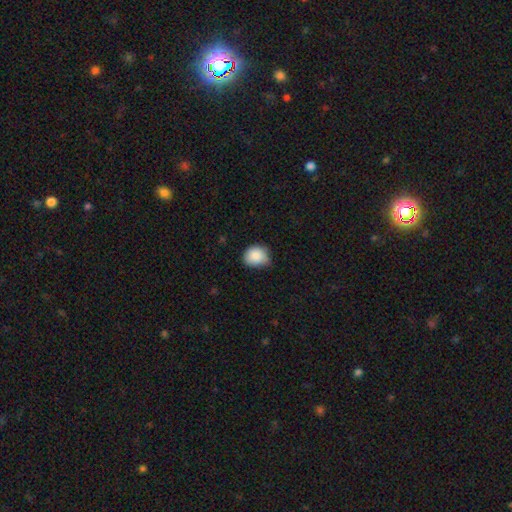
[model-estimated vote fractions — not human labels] smooth_or_featured: smooth (p=0.86) [alt: star or artifact p=0.08]
how_rounded: round (p=0.68) [alt: in between p=0.31]
merging: none (p=0.52) [alt: minor disturbance p=0.40]